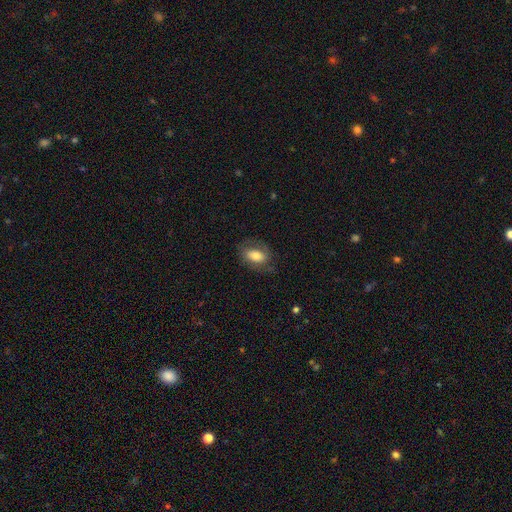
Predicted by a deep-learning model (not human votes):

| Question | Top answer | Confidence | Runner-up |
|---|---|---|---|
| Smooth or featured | smooth | 68% | featured or disk (25%) |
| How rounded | in between | 87% | round (11%) |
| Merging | none | 69% | minor disturbance (19%) |